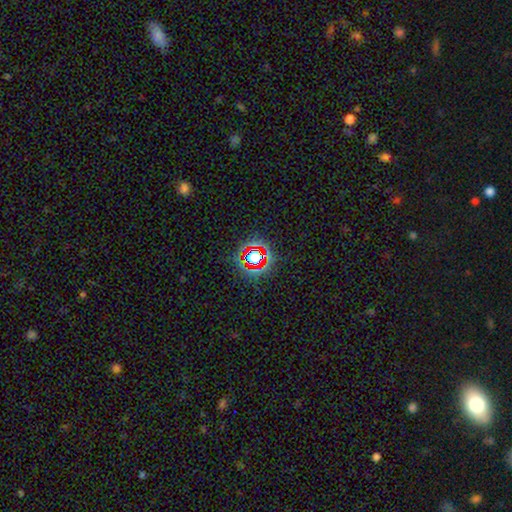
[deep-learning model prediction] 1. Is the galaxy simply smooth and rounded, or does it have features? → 70% star or artifact, 19% smooth, 10% featured or disk.